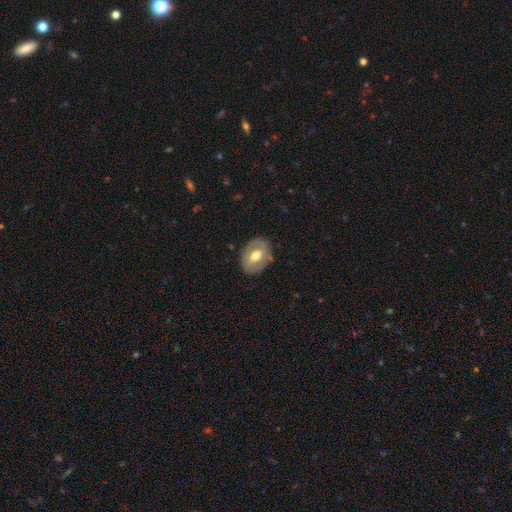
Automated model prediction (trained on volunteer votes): This appears to be a smooth galaxy with no disk features (48%). Merging: none (81%).